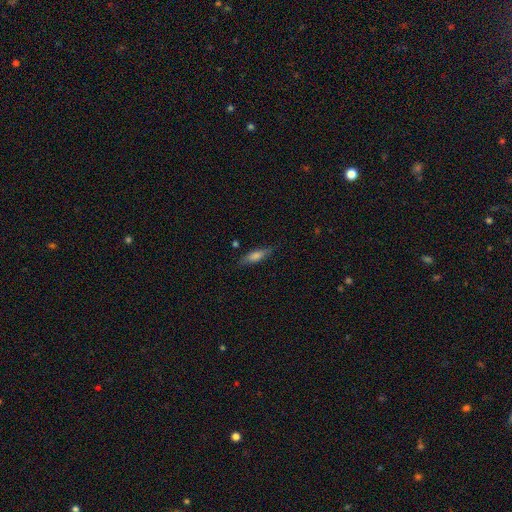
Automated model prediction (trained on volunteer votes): Smooth or featured: smooth — 63% (featured or disk — 29%)
How rounded: cigar-shaped — 63% (in between — 34%)
Merging: none — 81% (minor disturbance — 14%)